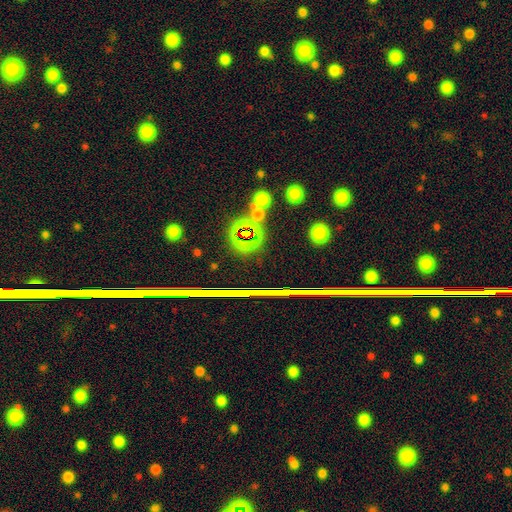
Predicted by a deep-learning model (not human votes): Q: Smooth or featured?
A: star or artifact (65%); runner-up: smooth (18%)